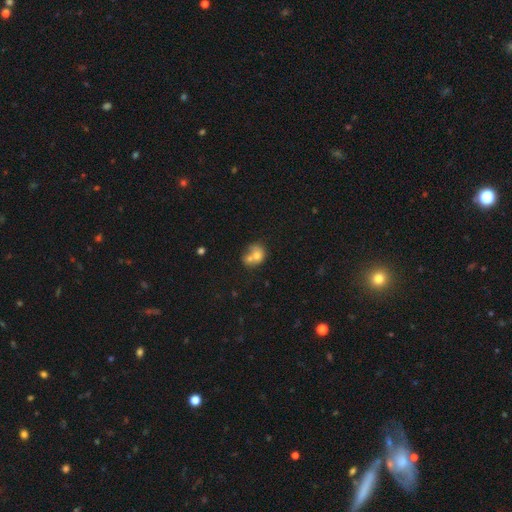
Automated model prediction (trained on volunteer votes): A smooth galaxy with no disk features (70%) that is round (61%).

Vote fractions:
- Smooth or featured? smooth: 70% / featured or disk: 20% / star or artifact: 10%
- How rounded? round: 61% / in between: 38% / cigar-shaped: 1%
- Merging? merger: 62% / none: 24% / minor disturbance: 9% / major disturbance: 5%